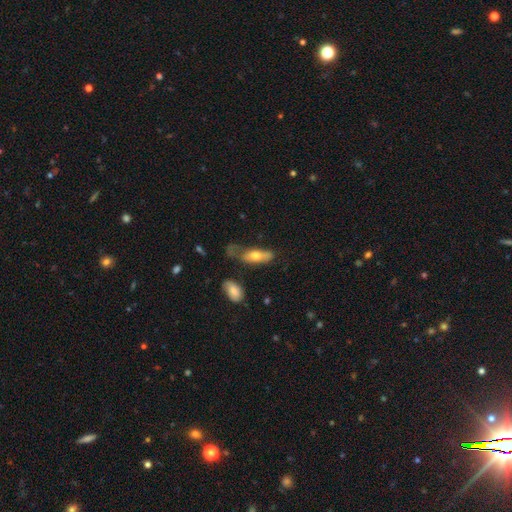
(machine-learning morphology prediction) The model was most divided on "merging": none: 42%, minor disturbance: 29%, major disturbance: 21%, merger: 7%. More confident: smooth or featured — smooth (61%); how rounded — in between (61%).